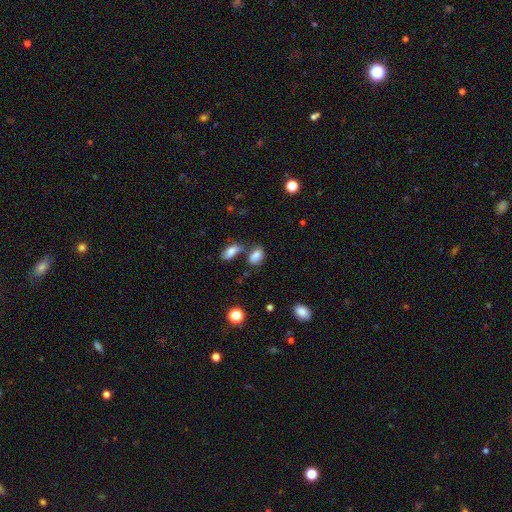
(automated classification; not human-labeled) This is clearly a smooth galaxy (81%). How rounded: clearly in between (88%). Merging: marginally none (43%).